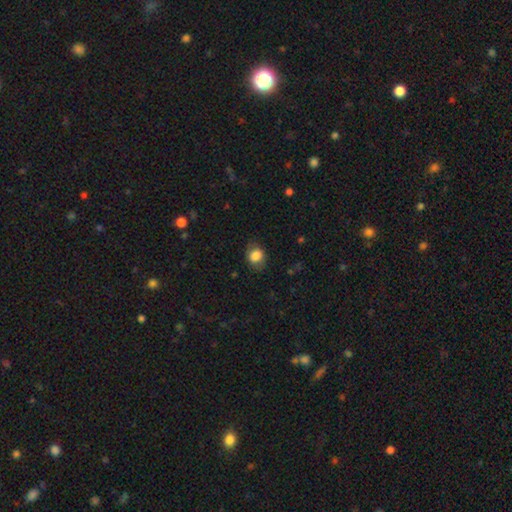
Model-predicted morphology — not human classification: Smooth or featured?
  - smooth: 82% *
  - featured or disk: 9%
  - star or artifact: 9%
How rounded?
  - round: 53% *
  - in between: 46%
  - cigar-shaped: 1%
Merging?
  - none: 76% *
  - minor disturbance: 17%
  - major disturbance: 6%
  - merger: 1%